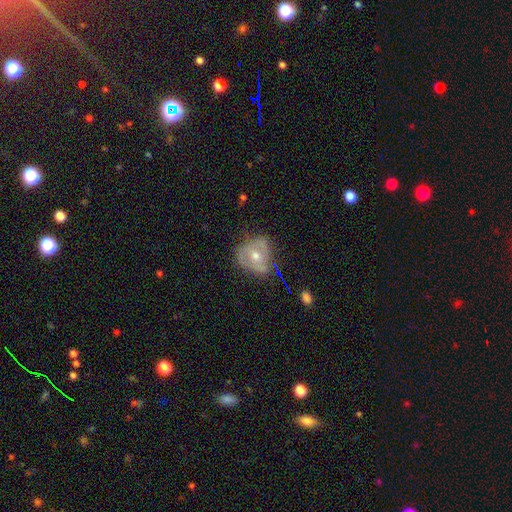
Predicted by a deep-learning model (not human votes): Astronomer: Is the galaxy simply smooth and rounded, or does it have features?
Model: featured or disk — 58% (runner-up: smooth, 33%).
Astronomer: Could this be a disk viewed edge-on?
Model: no — 95%.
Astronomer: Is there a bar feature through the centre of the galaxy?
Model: no — 71%.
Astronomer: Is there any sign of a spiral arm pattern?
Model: no — 56% (runner-up: yes, 44%).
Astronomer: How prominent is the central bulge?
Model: moderate — 70%.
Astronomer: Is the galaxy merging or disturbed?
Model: none — 48% (runner-up: minor disturbance, 32%).